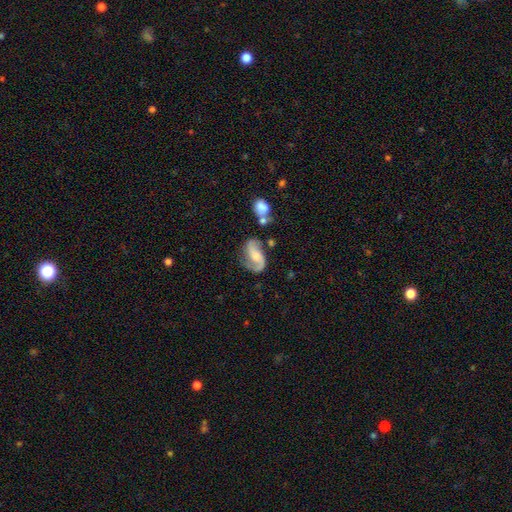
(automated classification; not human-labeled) smooth-or-featured: featured or disk: 80% | smooth: 13% | star or artifact: 7%
  disk-edge-on: no: 97% | yes: 3%
    bar: no: 48% | weak: 37% | strong: 14%
    has-spiral-arms: yes: 95% | no: 5%
      spiral-winding: loose: 49% | medium: 39% | tight: 11%
      spiral-arm-count: 2: 86% | 1: 8% | can't tell: 3% | 3: 1% | 4: 1% | more than 4: 1%
    bulge-size: moderate: 35% | small: 25% | none: 24% | large: 14% | dominant: 2%
  merging: none: 56% | minor disturbance: 21% | major disturbance: 13% | merger: 9%